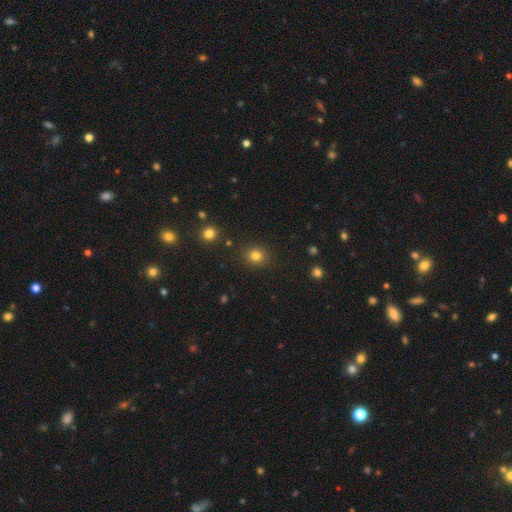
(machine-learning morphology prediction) type=smooth (82%); roundness=round (83%); merging=none (88%).